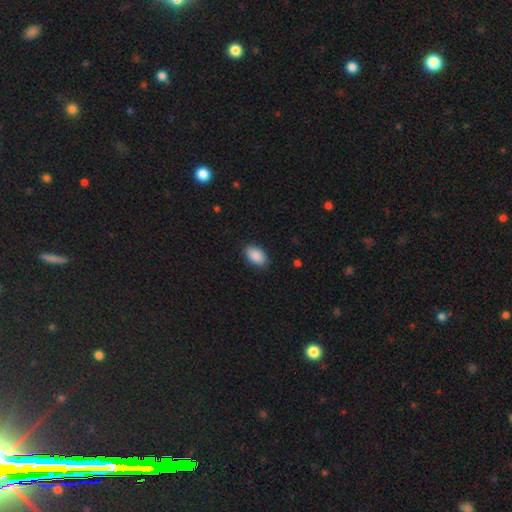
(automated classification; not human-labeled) Smooth or featured? smooth (90%)
How rounded? in between (92%)
Merging? none (87%)